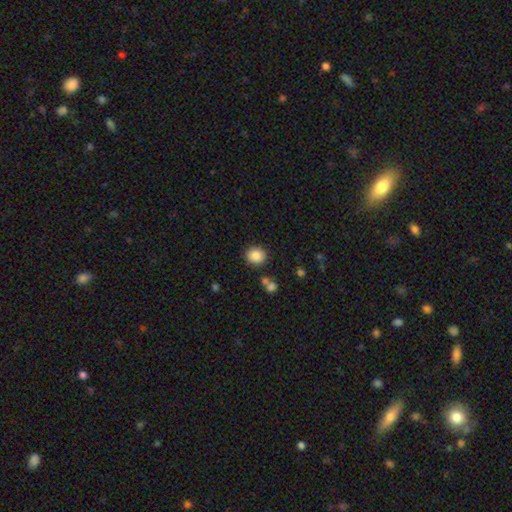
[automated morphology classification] Overall: smooth (86%). How rounded: round (81%). Merging: none (85%).